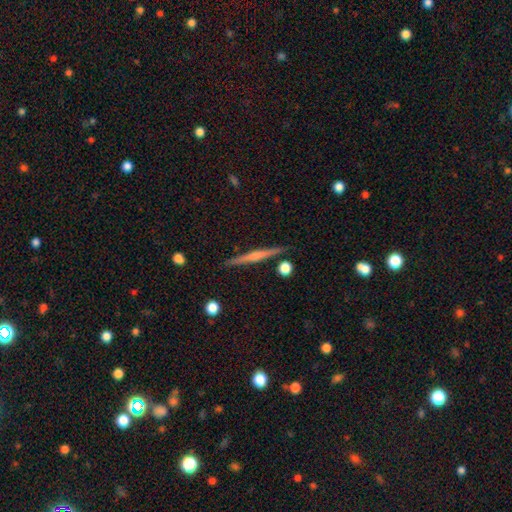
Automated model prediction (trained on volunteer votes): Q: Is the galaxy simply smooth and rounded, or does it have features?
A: featured or disk — 73%.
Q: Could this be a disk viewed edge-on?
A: yes — 98%.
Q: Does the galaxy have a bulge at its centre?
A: rounded — 77%.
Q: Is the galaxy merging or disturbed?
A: none — 88%.